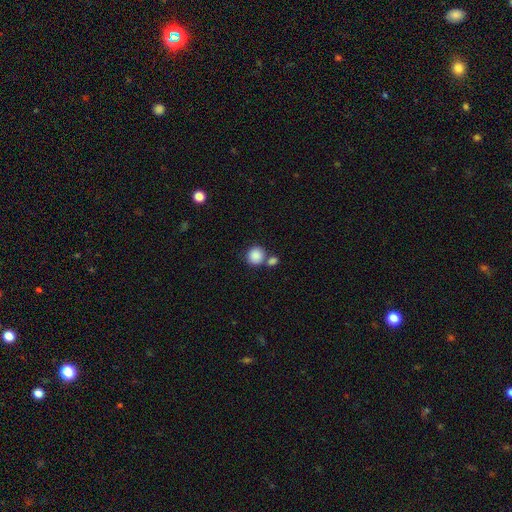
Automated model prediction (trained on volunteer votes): A smooth galaxy with no disk features (87%) that is round (90%).

Vote fractions:
- Smooth or featured? smooth: 87% / star or artifact: 9% / featured or disk: 5%
- How rounded? round: 90% / in between: 9% / cigar-shaped: 1%
- Merging? none: 61% / merger: 27% / minor disturbance: 9% / major disturbance: 3%